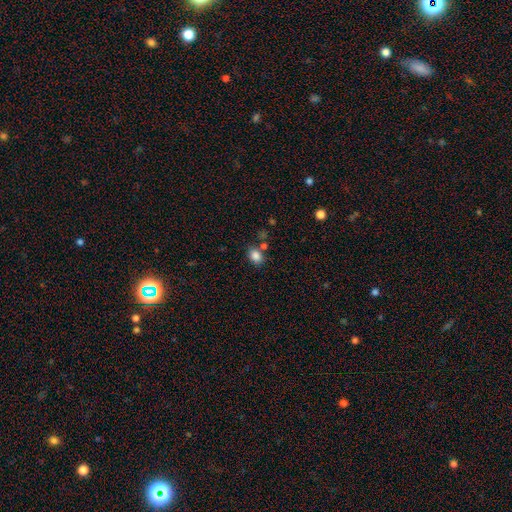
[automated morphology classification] smooth-or-featured: smooth: 84% | star or artifact: 11% | featured or disk: 5%
  how-rounded: in between: 51% | round: 48% | cigar-shaped: 1%
  merging: none: 69% | merger: 13% | minor disturbance: 13% | major disturbance: 4%